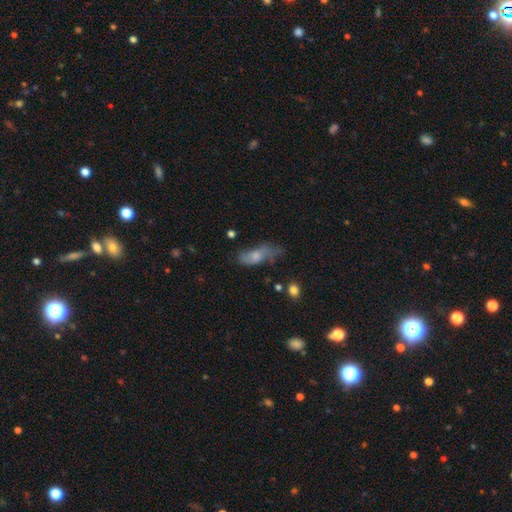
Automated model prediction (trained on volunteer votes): A smooth galaxy with no disk features (57%) that is in between round and cigar-shaped (70%).

Vote fractions:
- Smooth or featured? smooth: 57% / featured or disk: 34% / star or artifact: 9%
- How rounded? in between: 70% / cigar-shaped: 27% / round: 4%
- Merging? none: 38% / minor disturbance: 33% / major disturbance: 25% / merger: 4%